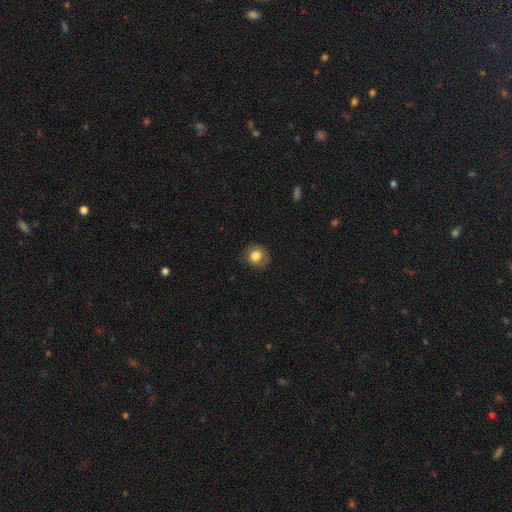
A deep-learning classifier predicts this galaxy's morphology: This is clearly a smooth galaxy (81%). How rounded: clearly round (81%). Merging: likely none (80%).